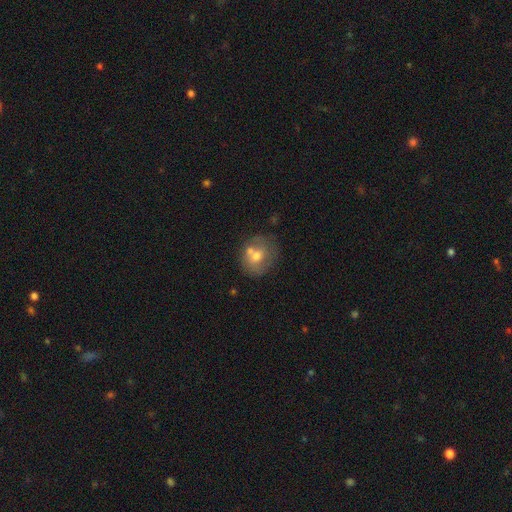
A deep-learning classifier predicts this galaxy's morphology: smooth-or-featured: smooth: 59% | featured or disk: 33% | star or artifact: 9%
  how-rounded: round: 72% | in between: 27% | cigar-shaped: 1%
  merging: none: 52% | merger: 25% | minor disturbance: 17% | major disturbance: 6%